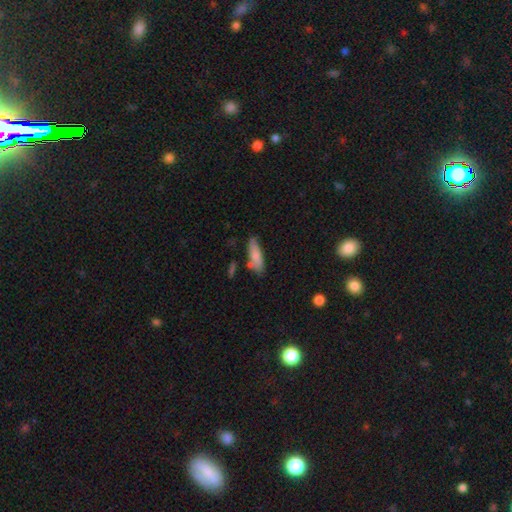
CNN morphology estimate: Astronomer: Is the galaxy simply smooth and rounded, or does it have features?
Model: smooth — 77%.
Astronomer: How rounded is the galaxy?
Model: in between — 53% (runner-up: cigar-shaped, 45%).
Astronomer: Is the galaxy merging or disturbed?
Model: none — 65%.